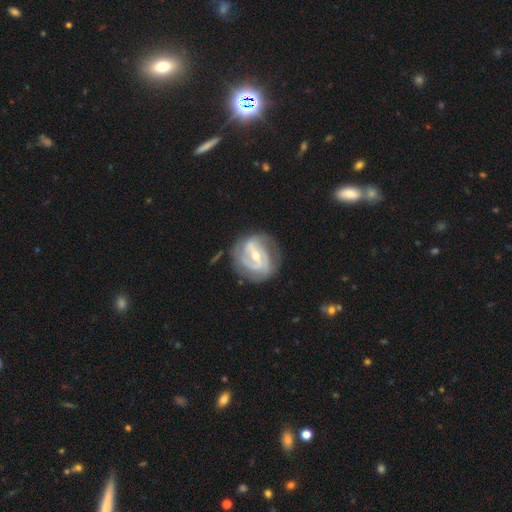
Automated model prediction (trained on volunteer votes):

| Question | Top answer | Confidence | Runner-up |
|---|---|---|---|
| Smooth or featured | featured or disk | 86% | smooth (10%) |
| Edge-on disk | no | 97% | yes (3%) |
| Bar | strong | 44% | weak (40%) |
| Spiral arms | yes | 92% | no (8%) |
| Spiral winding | tight | 47% | medium (39%) |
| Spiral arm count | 2 | 55% | 3 (17%) |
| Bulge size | small | 49% | moderate (48%) |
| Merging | none | 71% | minor disturbance (19%) |